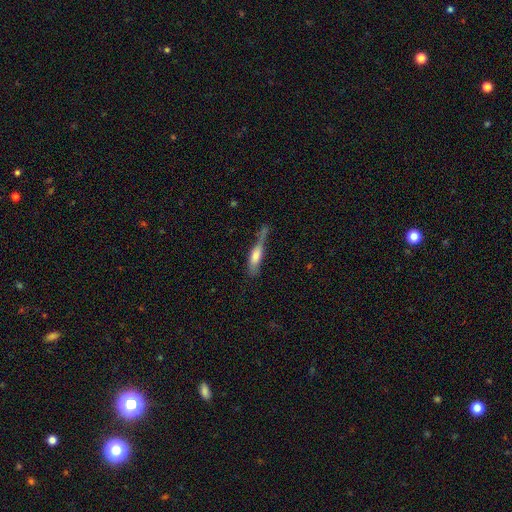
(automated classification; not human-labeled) A smooth galaxy with no disk features (59%) that is cigar-shaped (71%).

Vote fractions:
- Smooth or featured? smooth: 59% / featured or disk: 33% / star or artifact: 7%
- How rounded? cigar-shaped: 71% / in between: 27% / round: 3%
- Merging? none: 36% / minor disturbance: 30% / major disturbance: 23% / merger: 12%